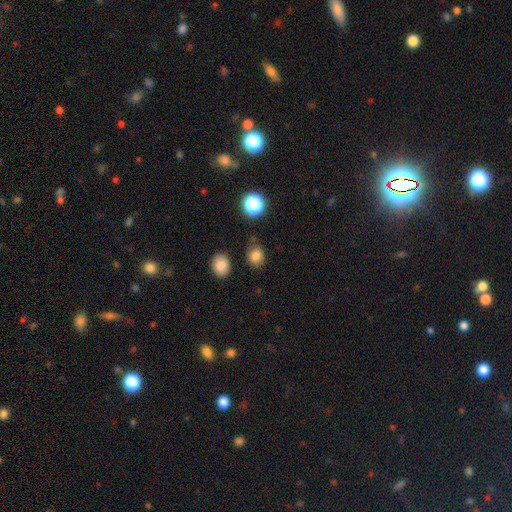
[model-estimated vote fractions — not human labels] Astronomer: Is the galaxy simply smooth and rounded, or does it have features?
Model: smooth — 82%.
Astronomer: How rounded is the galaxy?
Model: round — 57% (runner-up: in between, 42%).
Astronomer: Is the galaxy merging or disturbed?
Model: none — 76%.